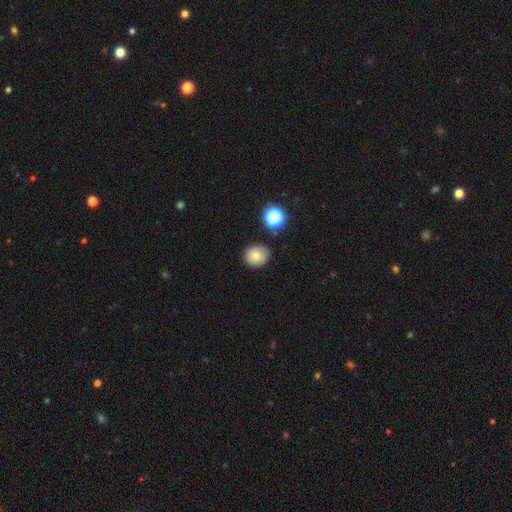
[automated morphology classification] A smooth galaxy with no disk features (73%) that is round (80%).

Vote fractions:
- Smooth or featured? smooth: 73% / featured or disk: 14% / star or artifact: 13%
- How rounded? round: 80% / in between: 20% / cigar-shaped: 1%
- Merging? none: 83% / minor disturbance: 11% / merger: 3% / major disturbance: 3%